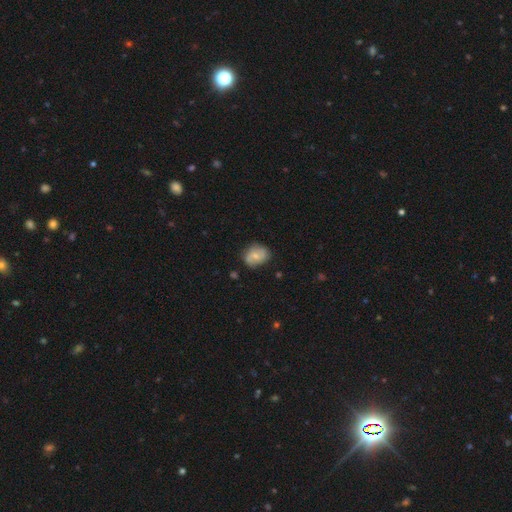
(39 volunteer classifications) Smooth or featured? 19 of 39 (49%) said smooth. How rounded? 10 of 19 (53%) said in between. Merging? 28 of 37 (76%) said none.